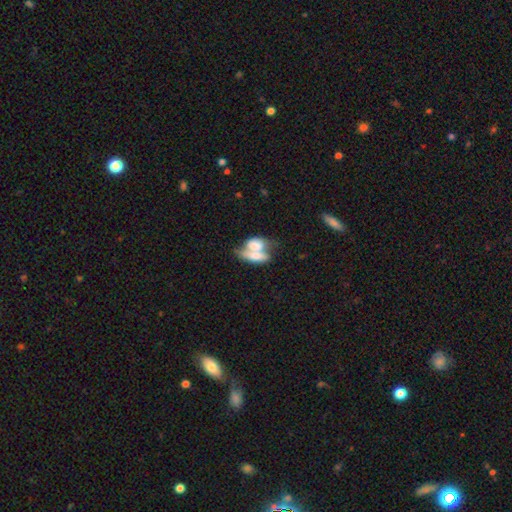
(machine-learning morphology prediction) Smooth or featured?
  - smooth: 64% *
  - featured or disk: 29%
  - star or artifact: 7%
How rounded?
  - in between: 80% *
  - round: 10%
  - cigar-shaped: 10%
Merging?
  - merger: 74% *
  - none: 14%
  - minor disturbance: 6%
  - major disturbance: 6%